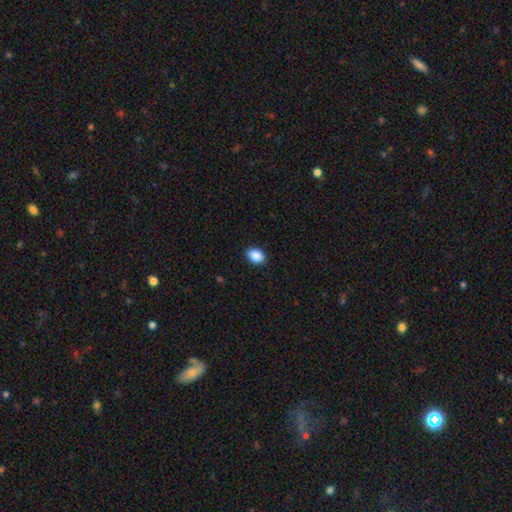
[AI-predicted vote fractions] This appears to be a smooth galaxy with no disk features (89%) that is in between round and cigar-shaped (75%). Merging: none (88%).